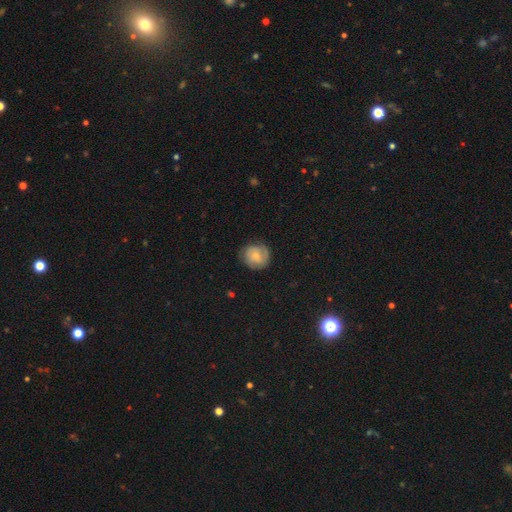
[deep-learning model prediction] This appears to be a smooth galaxy with no disk features (54%) that is round (86%). Merging: none (75%).